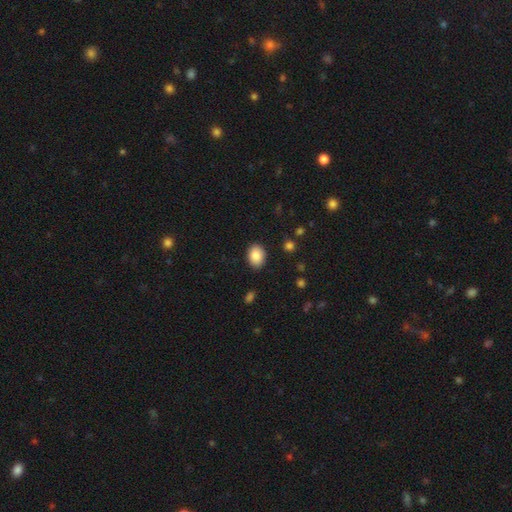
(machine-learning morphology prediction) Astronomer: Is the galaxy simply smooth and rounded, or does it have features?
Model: smooth — 87%.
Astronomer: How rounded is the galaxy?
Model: in between — 71%.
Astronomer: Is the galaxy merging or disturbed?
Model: none — 87%.